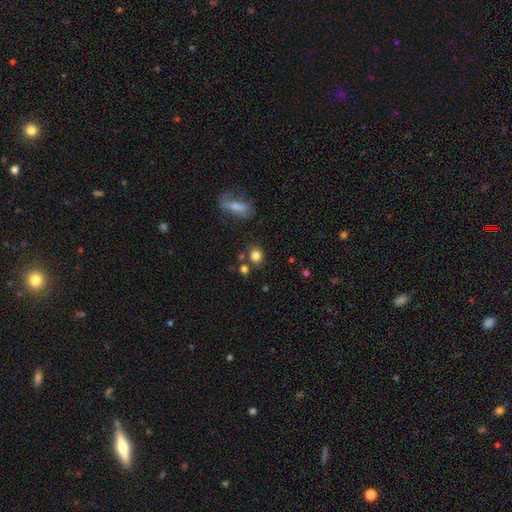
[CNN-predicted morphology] Q: Smooth or featured?
A: smooth (81%); runner-up: star or artifact (12%)
Q: How rounded?
A: round (76%); runner-up: in between (22%)
Q: Merging?
A: none (76%); runner-up: merger (11%)